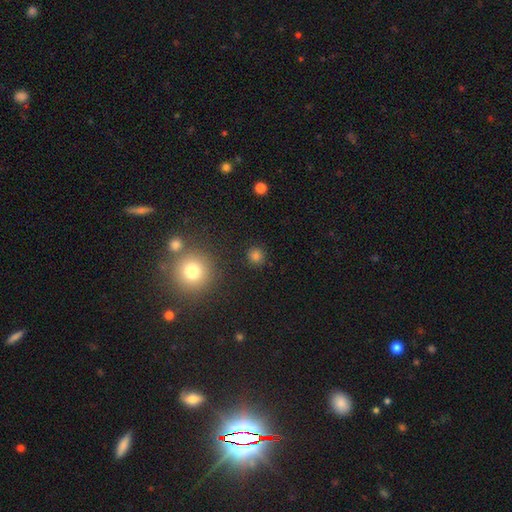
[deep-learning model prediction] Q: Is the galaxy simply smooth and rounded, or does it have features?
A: smooth — 78%.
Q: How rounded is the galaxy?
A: round — 90%.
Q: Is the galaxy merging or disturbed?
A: none — 89%.